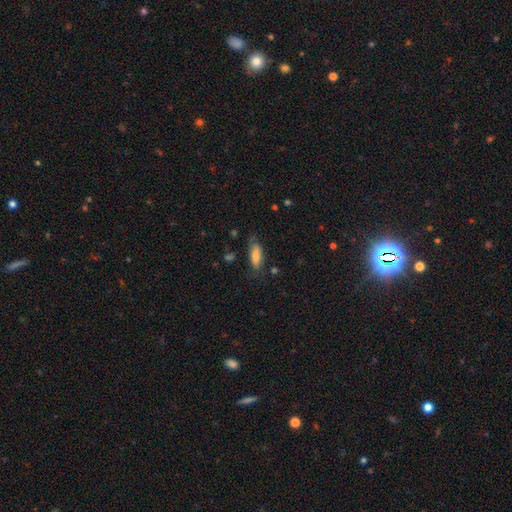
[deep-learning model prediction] smooth 64%, featured or disk 25%, star or artifact 11%. Down the decision tree: how rounded — in between (57%); merging — none (69%).